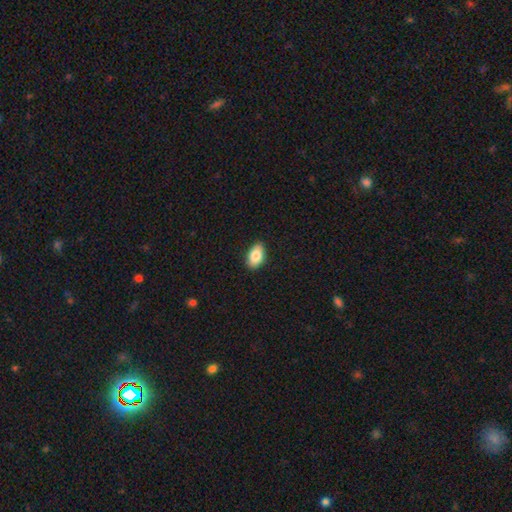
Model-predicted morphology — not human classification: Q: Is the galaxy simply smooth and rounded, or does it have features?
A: smooth — 84%.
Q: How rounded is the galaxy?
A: in between — 92%.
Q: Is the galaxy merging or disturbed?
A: none — 88%.